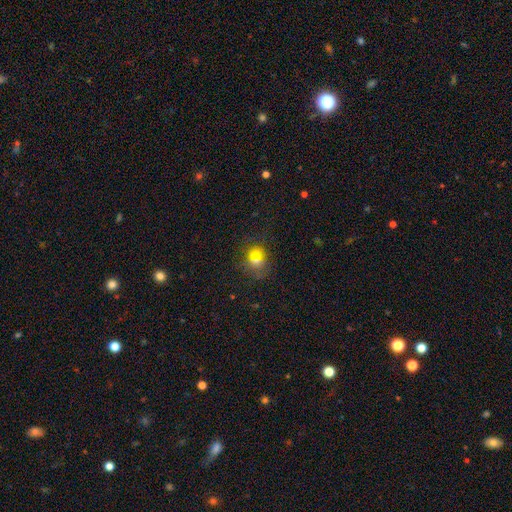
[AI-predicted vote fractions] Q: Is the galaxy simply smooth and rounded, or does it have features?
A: smooth — 64%.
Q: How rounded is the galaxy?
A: round — 74%.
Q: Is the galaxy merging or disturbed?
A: none — 62%.